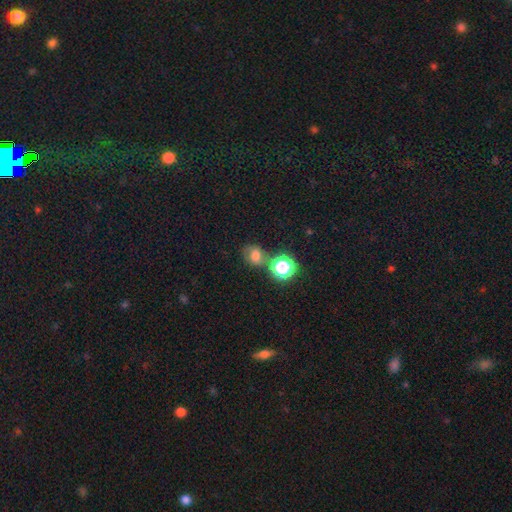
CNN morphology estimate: smooth_or_featured: smooth (p=0.67) [alt: star or artifact p=0.19]
how_rounded: round (p=0.65) [alt: in between p=0.34]
merging: none (p=0.61) [alt: merger p=0.18]